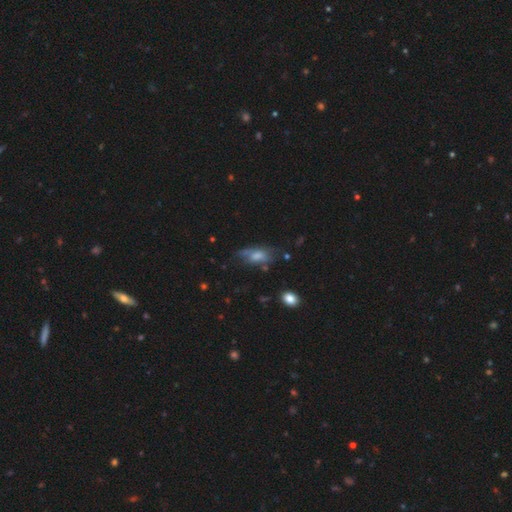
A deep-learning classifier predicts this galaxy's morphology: Smooth or featured? Predicted: smooth (p=0.52). How rounded? Predicted: in between (p=0.78). Merging? Predicted: none (p=0.51).